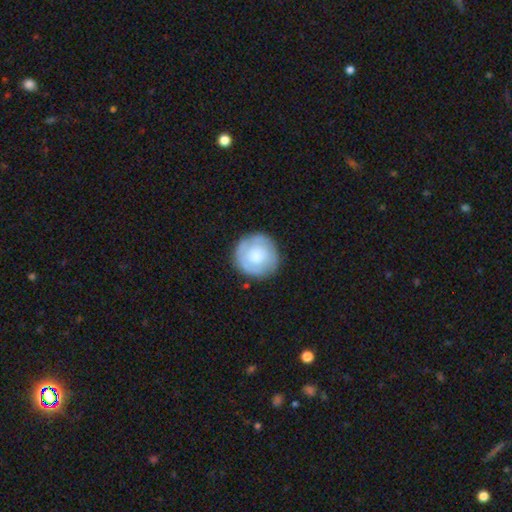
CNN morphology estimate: The model was most divided on "smooth or featured": smooth: 60%, featured or disk: 34%, star or artifact: 6%. More confident: how rounded — round (95%); merging — none (84%).